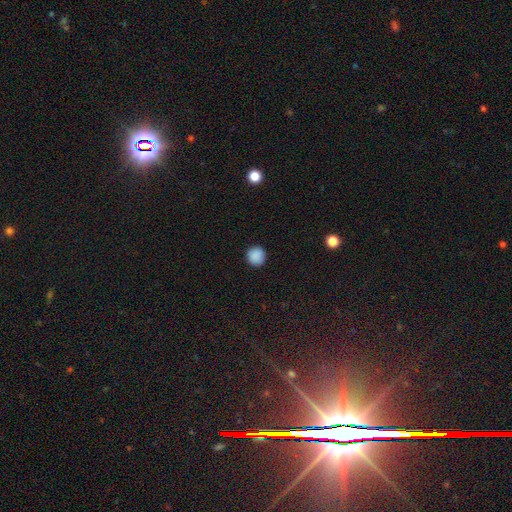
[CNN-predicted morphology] A smooth galaxy with no disk features (88%) that is round (94%).

Vote fractions:
- Smooth or featured? smooth: 88% / star or artifact: 9% / featured or disk: 2%
- How rounded? round: 94% / in between: 5% / cigar-shaped: 1%
- Merging? none: 92% / minor disturbance: 6% / major disturbance: 2% / merger: 1%